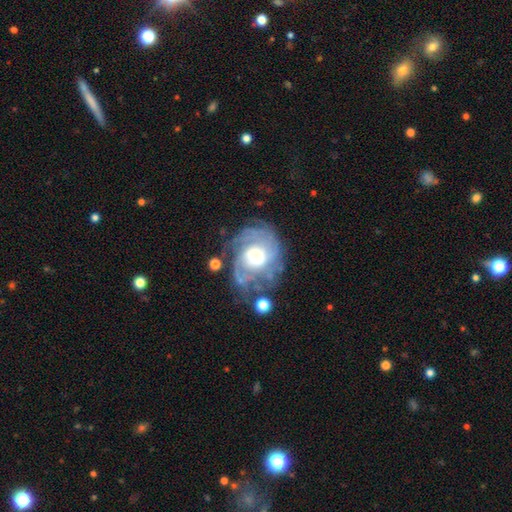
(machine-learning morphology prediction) This appears to be a featured or disk galaxy (79%) with no bar (73%), tight (56%) spiral arms (89%) and a moderate central bulge (49%). Merging: none (57%).